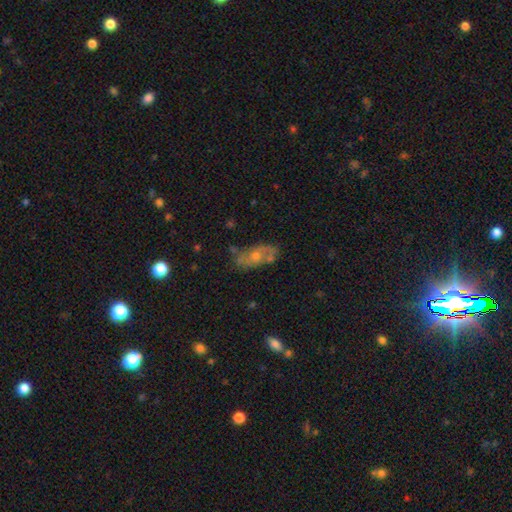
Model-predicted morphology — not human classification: A featured or disk galaxy (51%).

Vote fractions:
- Smooth or featured? featured or disk: 51% / smooth: 39% / star or artifact: 10%
- Edge-on disk? no: 84% / yes: 16%
- Merging? none: 66% / minor disturbance: 21% / major disturbance: 7% / merger: 6%